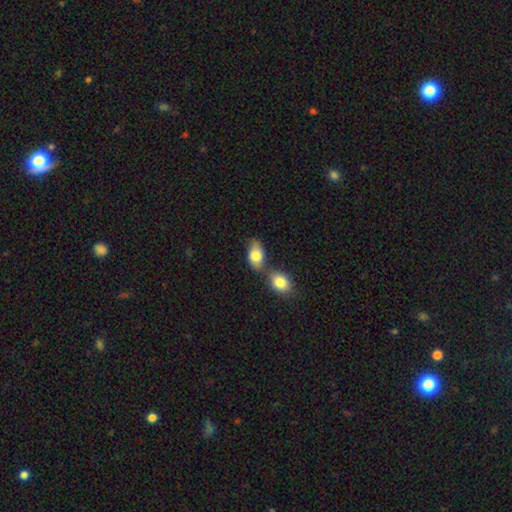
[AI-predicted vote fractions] A smooth galaxy with no disk features (79%) that is in between round and cigar-shaped (87%).

Vote fractions:
- Smooth or featured? smooth: 79% / featured or disk: 14% / star or artifact: 7%
- How rounded? in between: 87% / round: 10% / cigar-shaped: 2%
- Merging? merger: 41% / none: 39% / minor disturbance: 15% / major disturbance: 6%